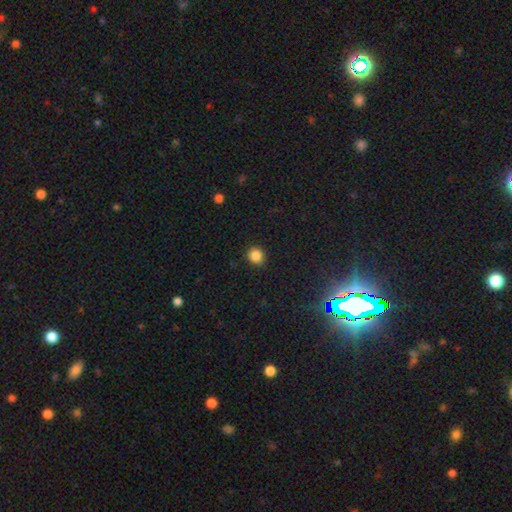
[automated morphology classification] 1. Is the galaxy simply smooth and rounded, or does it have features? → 86% smooth, 11% star or artifact, 3% featured or disk.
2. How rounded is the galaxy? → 86% round, 13% in between, 1% cigar-shaped.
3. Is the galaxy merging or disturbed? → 90% none, 7% minor disturbance, 2% major disturbance, 1% merger.